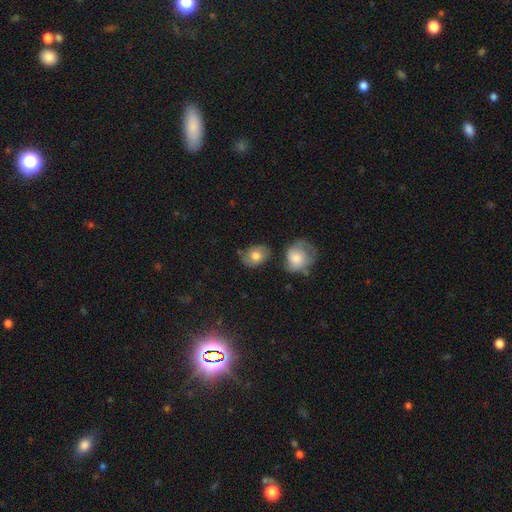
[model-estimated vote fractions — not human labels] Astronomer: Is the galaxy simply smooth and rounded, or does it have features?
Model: smooth — 74%.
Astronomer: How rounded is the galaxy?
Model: in between — 66%.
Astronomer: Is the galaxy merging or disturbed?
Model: none — 68%.